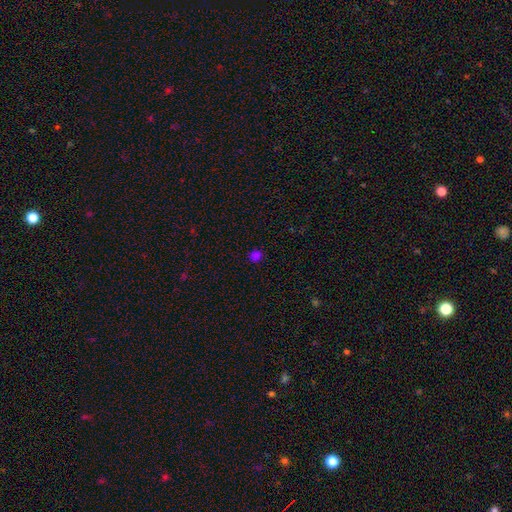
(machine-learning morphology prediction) Q: Smooth or featured?
A: smooth (76%); runner-up: star or artifact (21%)
Q: How rounded?
A: round (88%); runner-up: in between (11%)
Q: Merging?
A: none (89%); runner-up: minor disturbance (7%)